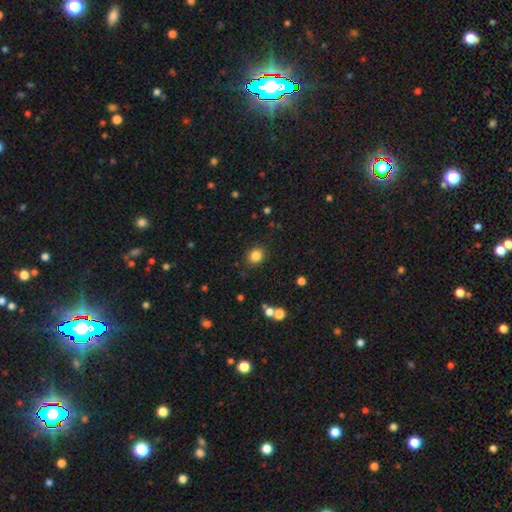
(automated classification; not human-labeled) This appears to be a smooth galaxy with no disk features (84%) that is round (69%). Merging: none (88%).